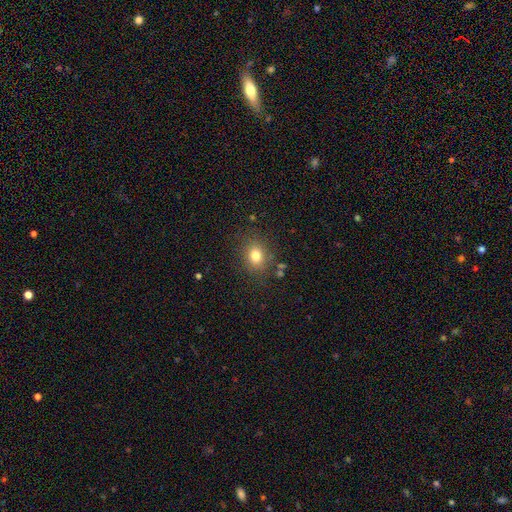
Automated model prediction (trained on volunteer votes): The model was most divided on "how rounded": round: 53%, in between: 46%, cigar-shaped: 1%. More confident: merging — none (82%); smooth or featured — smooth (79%).